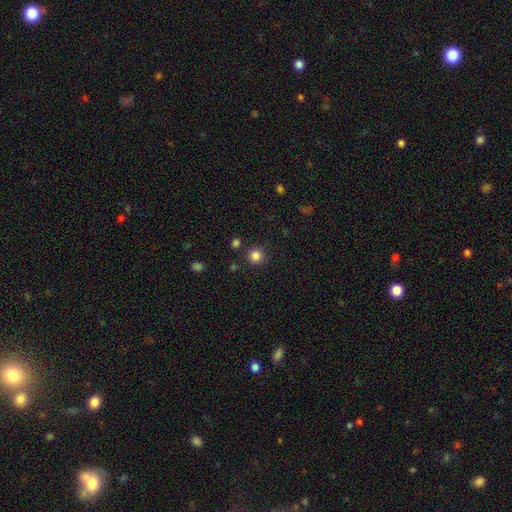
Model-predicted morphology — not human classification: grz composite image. It shows a smooth galaxy with no disk features (84%) that is round (95%). Merging: none (89%).